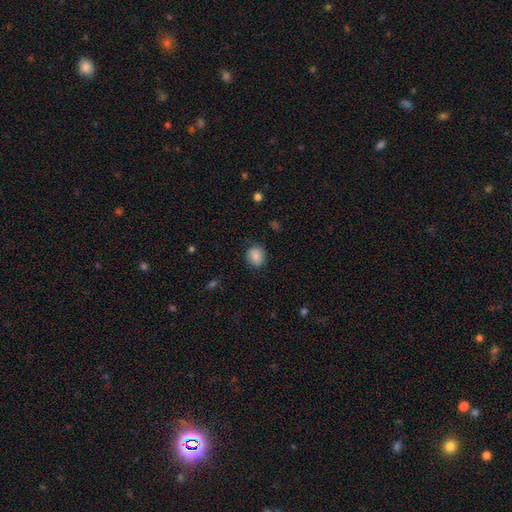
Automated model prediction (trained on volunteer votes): Overall: smooth (87%). How rounded: round (67%; in between 32%). Merging: none (84%).